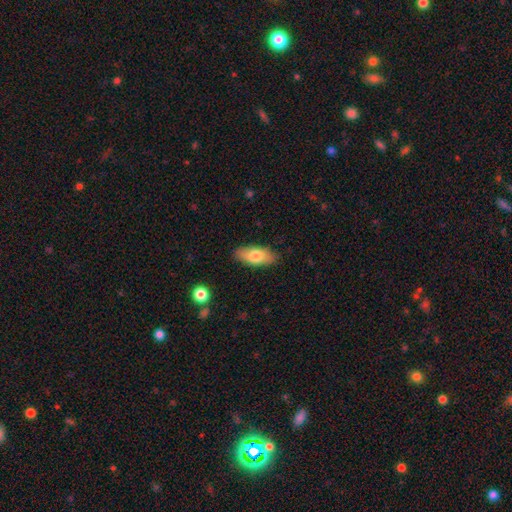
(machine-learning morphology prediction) smooth-or-featured: smooth: 76% | featured or disk: 17% | star or artifact: 6%
  how-rounded: in between: 83% | cigar-shaped: 14% | round: 3%
  merging: none: 86% | minor disturbance: 11% | major disturbance: 2% | merger: 1%